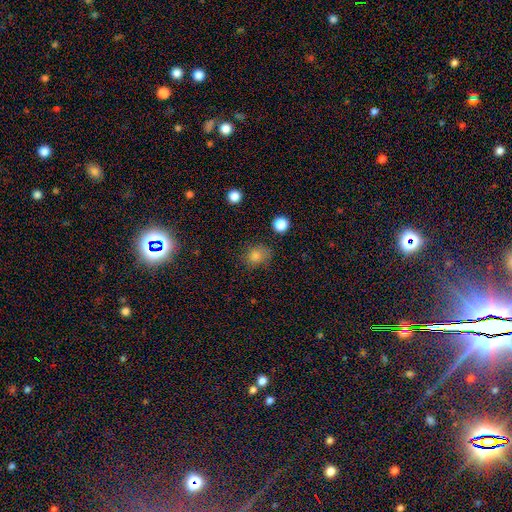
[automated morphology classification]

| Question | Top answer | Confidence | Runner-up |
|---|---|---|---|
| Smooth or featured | smooth | 78% | star or artifact (16%) |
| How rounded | round | 66% | in between (33%) |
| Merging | none | 76% | minor disturbance (18%) |